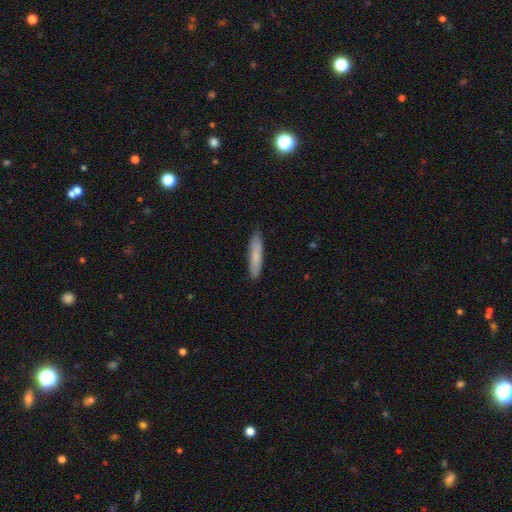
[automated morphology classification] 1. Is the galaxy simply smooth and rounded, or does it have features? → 75% smooth, 19% featured or disk, 6% star or artifact.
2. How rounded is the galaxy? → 81% cigar-shaped, 18% in between, 2% round.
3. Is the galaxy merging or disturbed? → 87% none, 10% minor disturbance, 2% major disturbance, 1% merger.